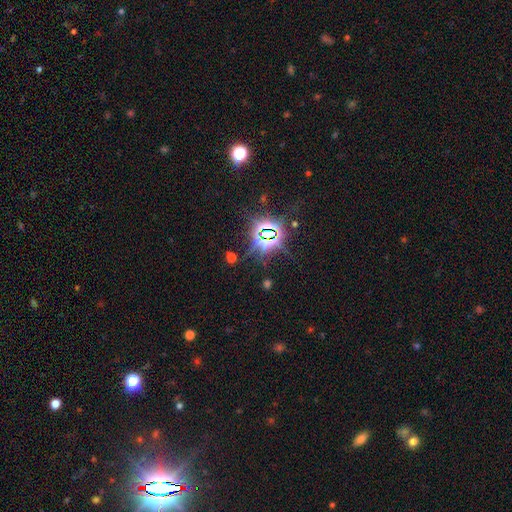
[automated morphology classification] smooth-or-featured: star or artifact: 80% | smooth: 12% | featured or disk: 8%